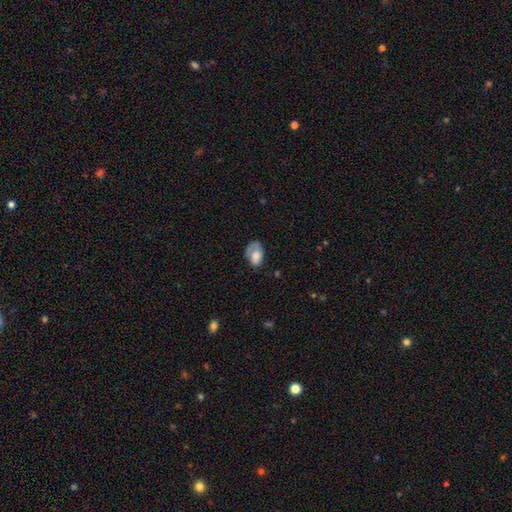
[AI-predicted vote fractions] The model was most divided on "merging": none: 43%, minor disturbance: 32%, major disturbance: 23%, merger: 2%. More confident: how rounded — in between (87%); smooth or featured — smooth (69%).